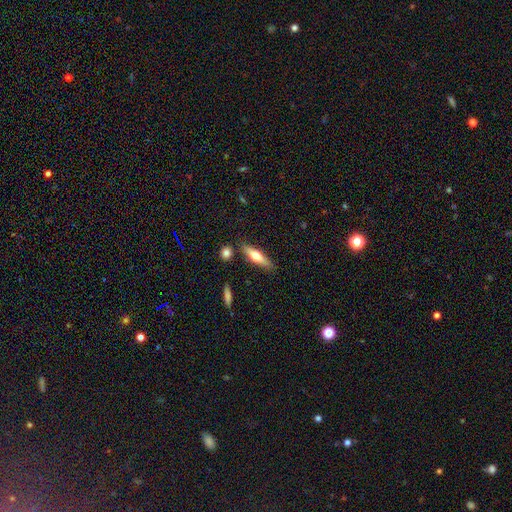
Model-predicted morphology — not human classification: smooth-or-featured: smooth: 47% (tied) | featured or disk: 47% (tied) | star or artifact: 6%
  merging: none: 81% | minor disturbance: 11% | merger: 6% | major disturbance: 3%